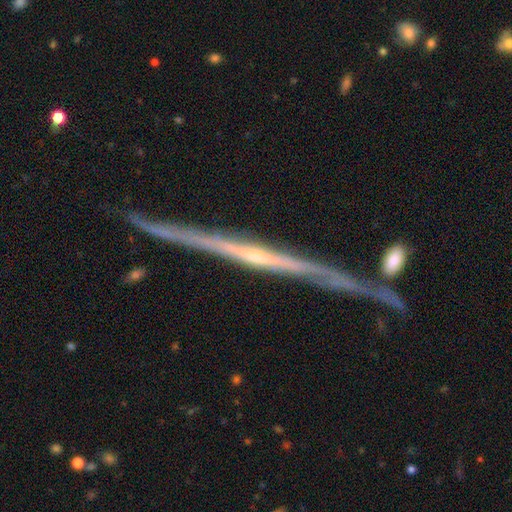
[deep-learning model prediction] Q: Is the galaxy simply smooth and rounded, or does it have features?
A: featured or disk — 86%.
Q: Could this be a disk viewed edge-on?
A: yes — 98%.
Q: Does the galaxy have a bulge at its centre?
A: none — 48%.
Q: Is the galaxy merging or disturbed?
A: none — 81%.